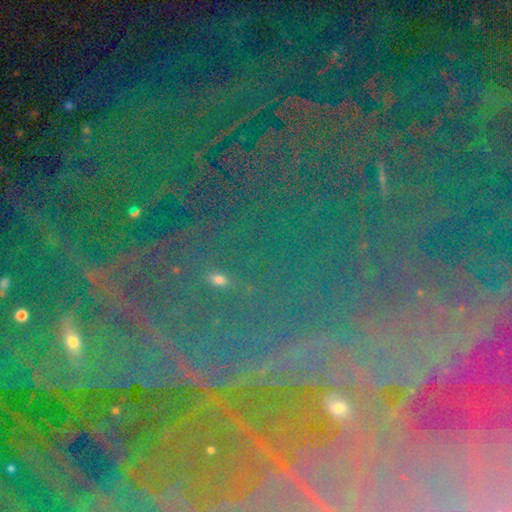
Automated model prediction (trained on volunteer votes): smooth-or-featured: star or artifact: 83% | featured or disk: 9% | smooth: 8%